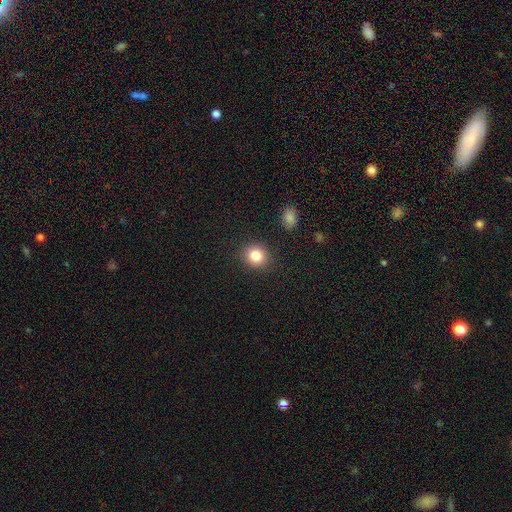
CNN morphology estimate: This appears to be a smooth galaxy with no disk features (84%) that is round (80%). Merging: none (88%).